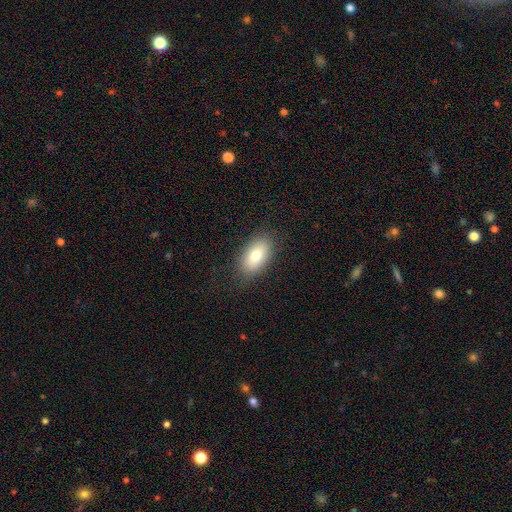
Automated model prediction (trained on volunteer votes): Q: Smooth or featured?
A: smooth (78%); runner-up: featured or disk (14%)
Q: How rounded?
A: in between (91%); runner-up: round (5%)
Q: Merging?
A: none (85%); runner-up: minor disturbance (11%)